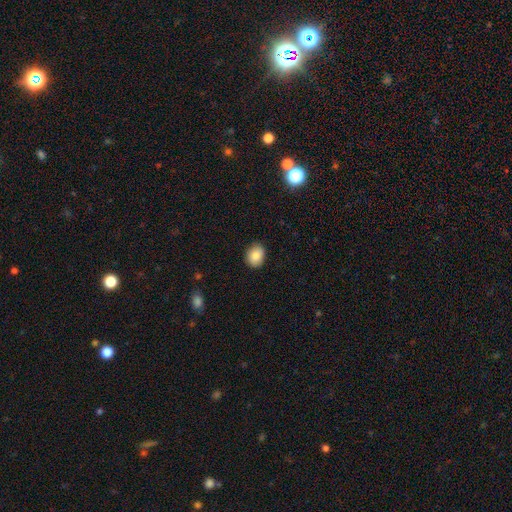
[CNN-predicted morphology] smooth_or_featured: smooth (p=0.86) [alt: star or artifact p=0.08]
how_rounded: in between (p=0.58) [alt: round p=0.41]
merging: none (p=0.88) [alt: minor disturbance p=0.09]